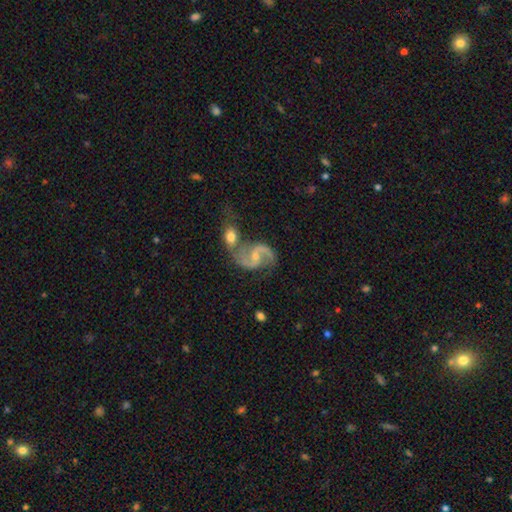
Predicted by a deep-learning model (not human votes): smooth_or_featured: featured or disk (p=0.89) [alt: smooth p=0.06]
disk_edge_on: no (p=0.98) [alt: yes p=0.02]
bar: weak (p=0.46) [alt: no p=0.42]
has_spiral_arms: yes (p=0.97) [alt: no p=0.03]
spiral_winding: medium (p=0.48) [alt: loose p=0.44]
spiral_arm_count: 2 (p=0.93) [alt: 1 p=0.02]
bulge_size: small (p=0.55) [alt: moderate p=0.36]
merging: none (p=0.42) [alt: merger p=0.36]